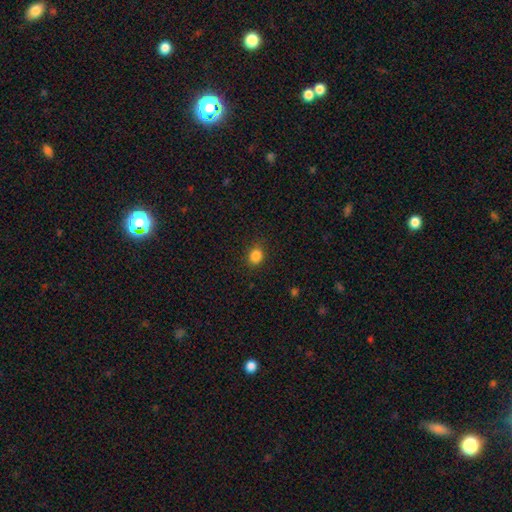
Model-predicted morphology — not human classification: smooth 85%, star or artifact 12%, featured or disk 3%. Down the decision tree: how rounded — round (59%); merging — none (85%).